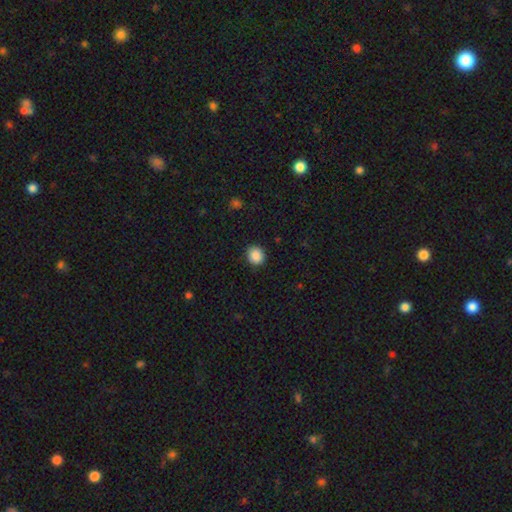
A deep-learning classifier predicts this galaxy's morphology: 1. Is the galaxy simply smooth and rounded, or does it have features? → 88% smooth, 9% star or artifact, 3% featured or disk.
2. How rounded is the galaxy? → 83% round, 16% in between, 1% cigar-shaped.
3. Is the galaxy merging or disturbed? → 90% none, 7% minor disturbance, 2% major disturbance, 1% merger.